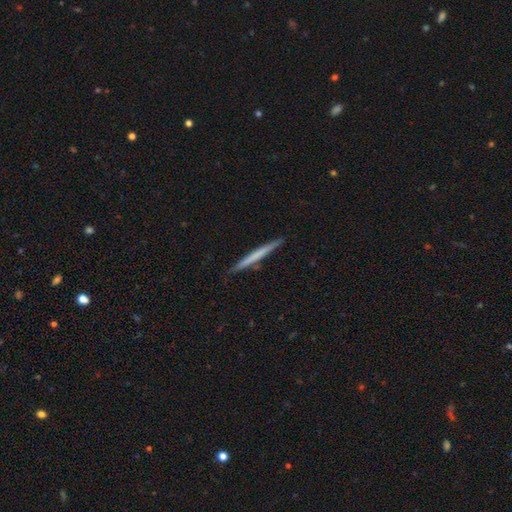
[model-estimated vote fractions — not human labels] Smooth or featured? smooth (54%)
How rounded? cigar-shaped (97%)
Merging? none (90%)